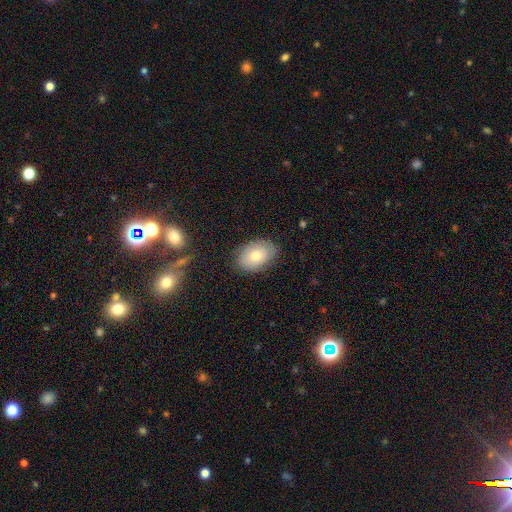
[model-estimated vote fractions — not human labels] smooth_or_featured: smooth (p=0.74) [alt: featured or disk p=0.19]
how_rounded: in between (p=0.86) [alt: round p=0.12]
merging: none (p=0.82) [alt: minor disturbance p=0.14]